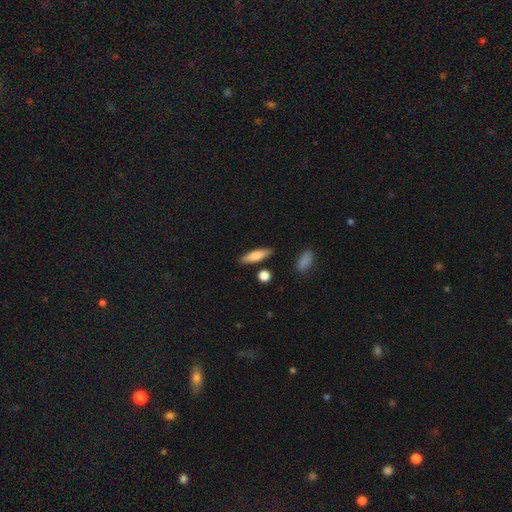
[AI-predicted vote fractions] Smooth or featured?
  - smooth: 74% *
  - featured or disk: 19%
  - star or artifact: 6%
How rounded?
  - cigar-shaped: 59% *
  - in between: 38%
  - round: 3%
Merging?
  - none: 85% *
  - minor disturbance: 9%
  - merger: 4%
  - major disturbance: 2%